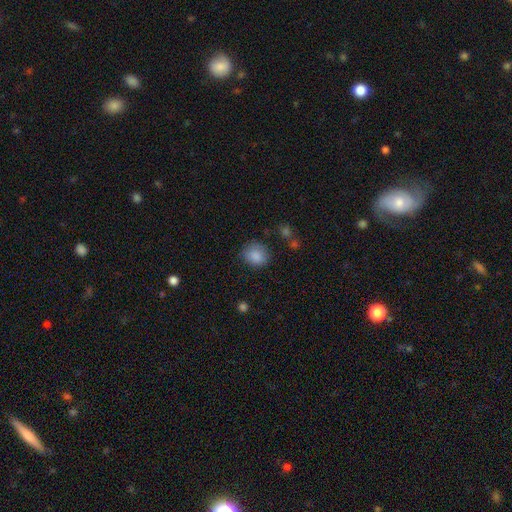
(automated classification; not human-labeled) Morphology: type=smooth (85%); roundness=round (65%); merging=none (72%).